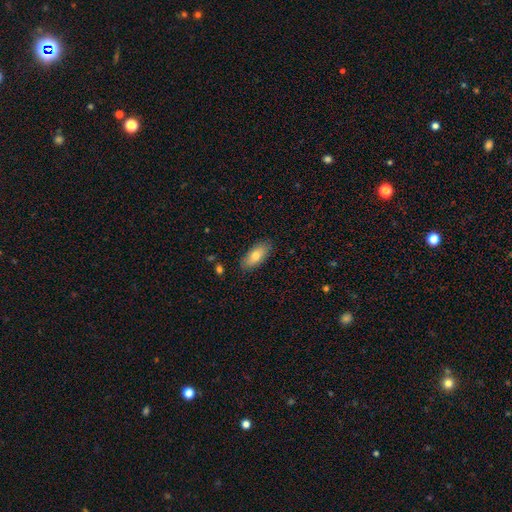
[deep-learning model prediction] smooth 77%, featured or disk 17%, star or artifact 7%. Down the decision tree: how rounded — in between (84%); merging — none (87%).